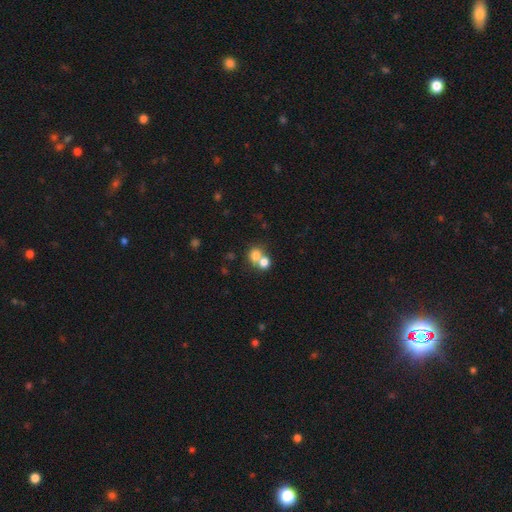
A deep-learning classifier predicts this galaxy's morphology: This appears to be a smooth galaxy with no disk features (75%) that is round (68%). Merging: merger (57%).